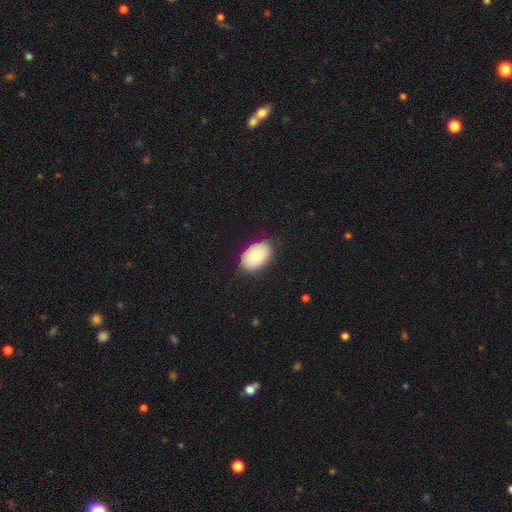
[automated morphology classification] smooth_or_featured: smooth (p=0.83) [alt: featured or disk p=0.11]
how_rounded: in between (p=0.90) [alt: round p=0.09]
merging: none (p=0.85) [alt: minor disturbance p=0.12]